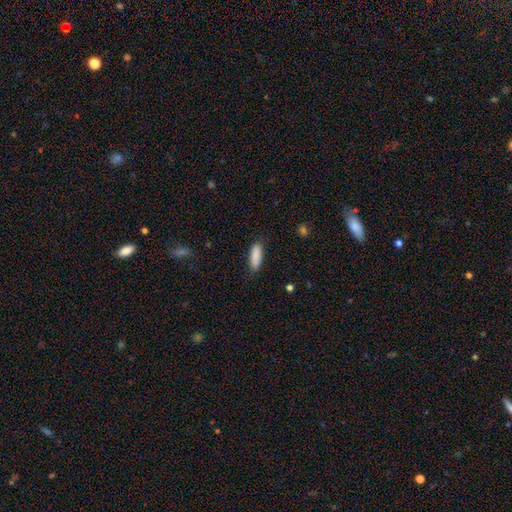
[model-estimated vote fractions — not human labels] Q: Smooth or featured?
A: smooth (89%); runner-up: star or artifact (6%)
Q: How rounded?
A: in between (63%); runner-up: cigar-shaped (35%)
Q: Merging?
A: none (85%); runner-up: minor disturbance (12%)